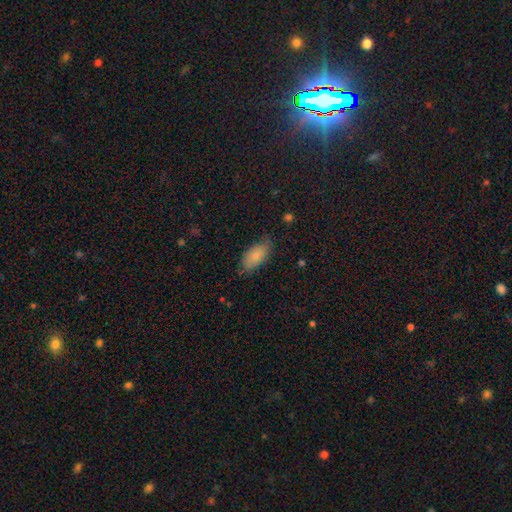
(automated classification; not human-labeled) A smooth galaxy with no disk features (82%) that is in between round and cigar-shaped (92%). Merging: none (70%).